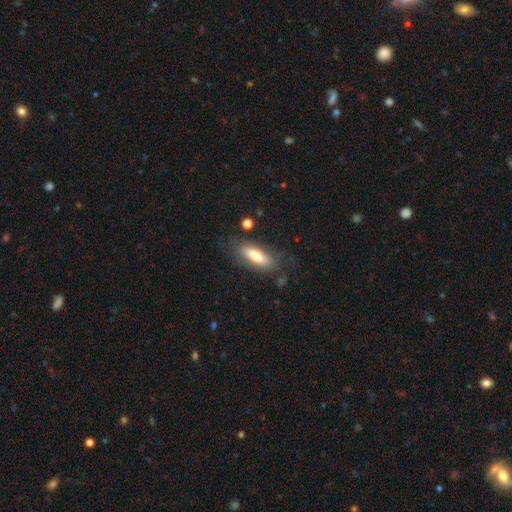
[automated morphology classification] This appears to be a smooth galaxy with no disk features (65%) that is in between round and cigar-shaped (62%). Merging: none (73%).